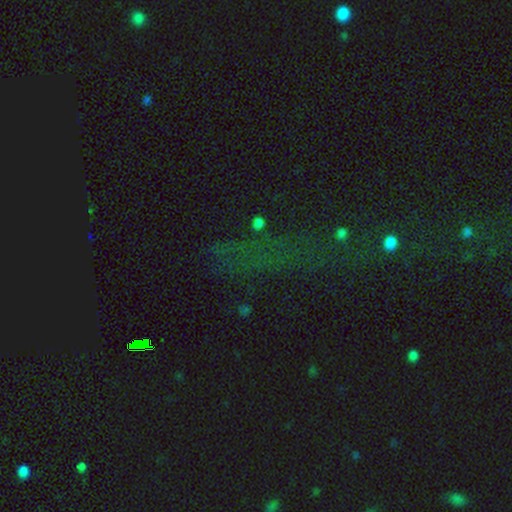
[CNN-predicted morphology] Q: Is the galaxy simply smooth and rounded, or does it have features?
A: star or artifact — 69%.